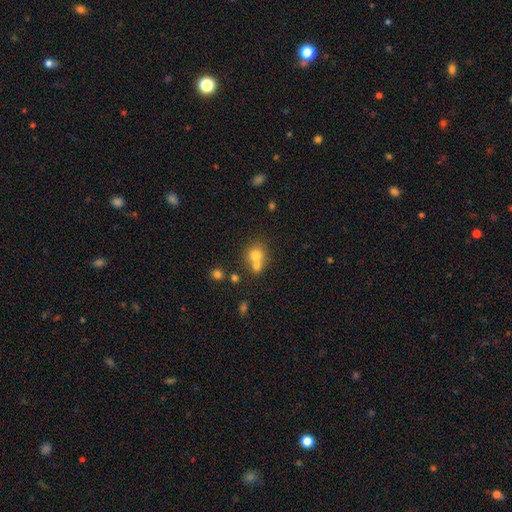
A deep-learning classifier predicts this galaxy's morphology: smooth-or-featured: smooth: 72% | featured or disk: 15% | star or artifact: 13%
  how-rounded: round: 77% | in between: 22% | cigar-shaped: 1%
  merging: merger: 51% | none: 38% | minor disturbance: 7% | major disturbance: 3%